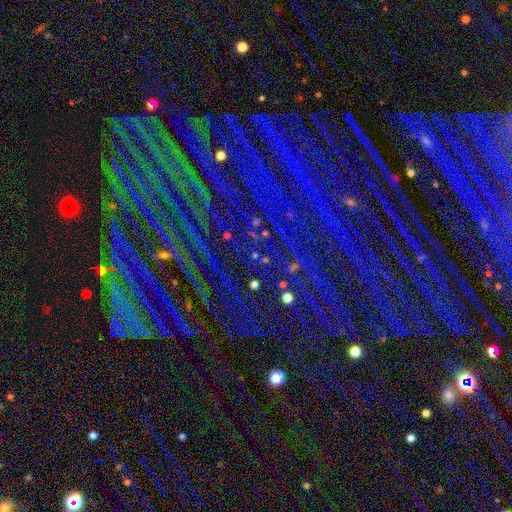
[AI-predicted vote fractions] smooth-or-featured: star or artifact: 83% | smooth: 9% | featured or disk: 8%